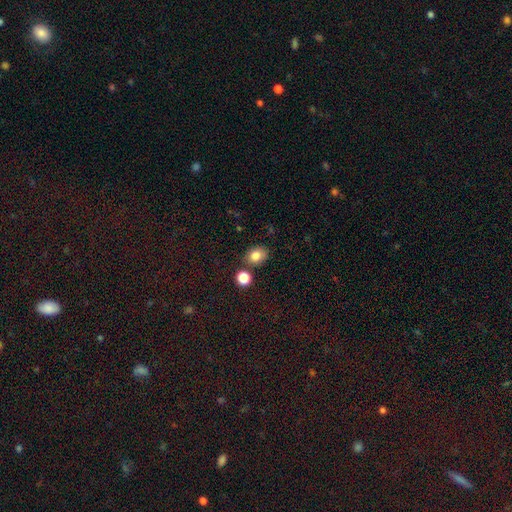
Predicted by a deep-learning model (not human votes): A smooth galaxy with no disk features (82%) that is in between round and cigar-shaped (51%).

Vote fractions:
- Smooth or featured? smooth: 82% / star or artifact: 11% / featured or disk: 7%
- How rounded? in between: 51% / round: 48% / cigar-shaped: 1%
- Merging? none: 75% / minor disturbance: 12% / merger: 10% / major disturbance: 3%